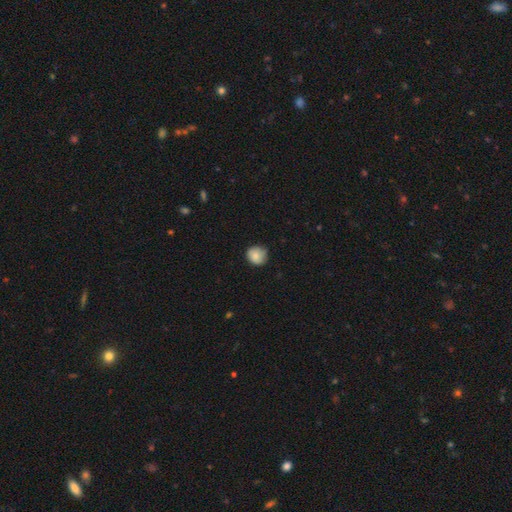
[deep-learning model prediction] This appears to be a smooth galaxy with no disk features (82%) that is round (86%). Merging: none (75%).